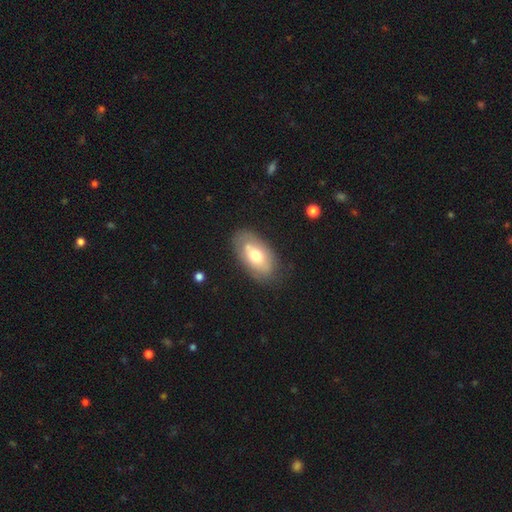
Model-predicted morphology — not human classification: smooth_or_featured: smooth (p=0.57) [alt: featured or disk p=0.37]
how_rounded: in between (p=0.93) [alt: round p=0.05]
merging: none (p=0.70) [alt: minor disturbance p=0.19]